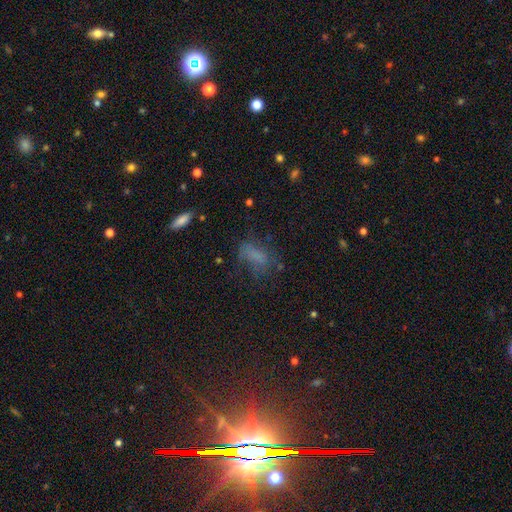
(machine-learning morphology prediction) smooth_or_featured: smooth (p=0.62) [alt: star or artifact p=0.19]
how_rounded: in between (p=0.79) [alt: cigar-shaped p=0.13]
merging: none (p=0.48) [alt: major disturbance p=0.24]